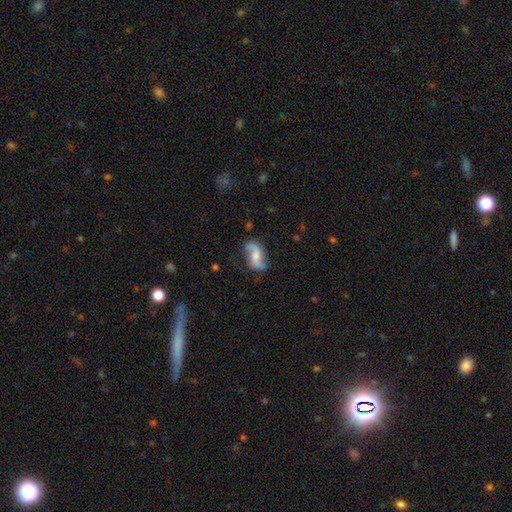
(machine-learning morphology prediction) This appears to be a featured or disk galaxy (81%) with no bar (50%), 2 (93%) loose (78%) spiral arms (96%) and a moderate central bulge (44%). Merging: none (76%).